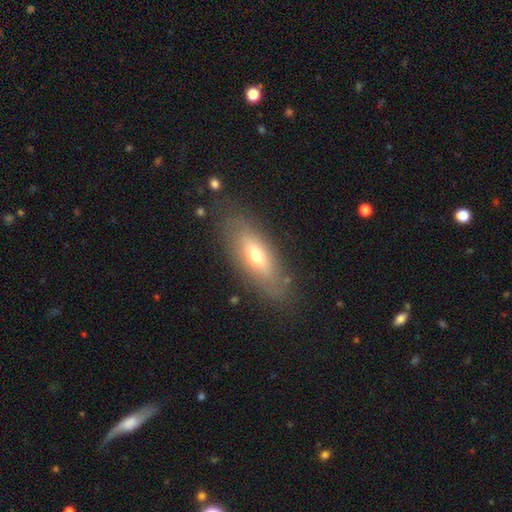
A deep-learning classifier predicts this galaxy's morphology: A smooth galaxy with no disk features (55%) that is in between round and cigar-shaped (64%).

Vote fractions:
- Smooth or featured? smooth: 55% / featured or disk: 38% / star or artifact: 8%
- How rounded? in between: 64% / cigar-shaped: 33% / round: 3%
- Merging? none: 80% / minor disturbance: 13% / major disturbance: 5% / merger: 2%